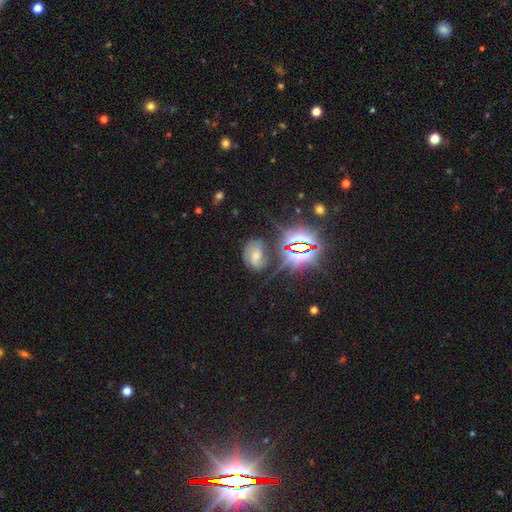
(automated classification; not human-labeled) Smooth or featured: star or artifact — 48% (featured or disk — 33%)